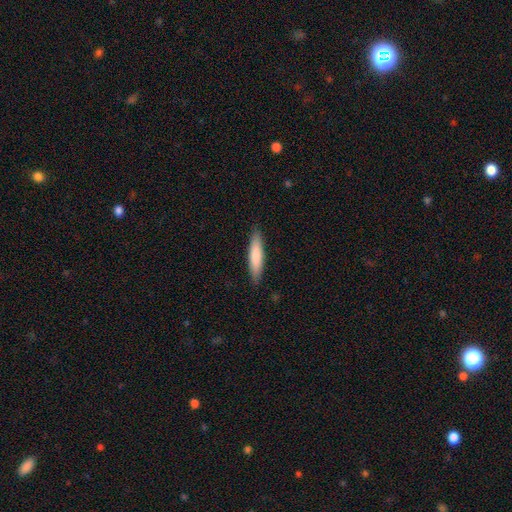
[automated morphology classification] This appears to be a smooth galaxy with no disk features (80%) that is cigar-shaped (83%). Merging: none (89%).